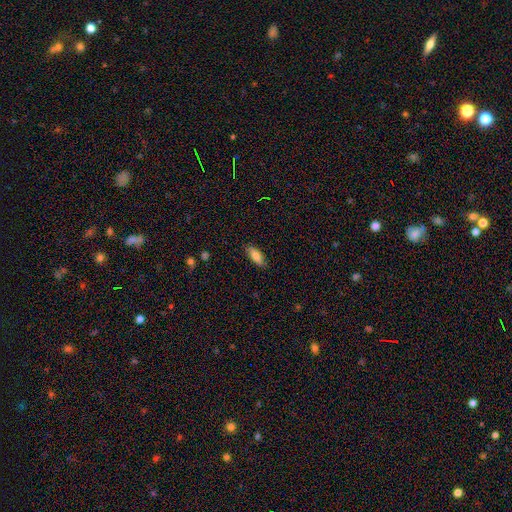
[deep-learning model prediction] Smooth or featured? Predicted: smooth (p=0.81). How rounded? Predicted: in between (p=0.75). Merging? Predicted: none (p=0.84).